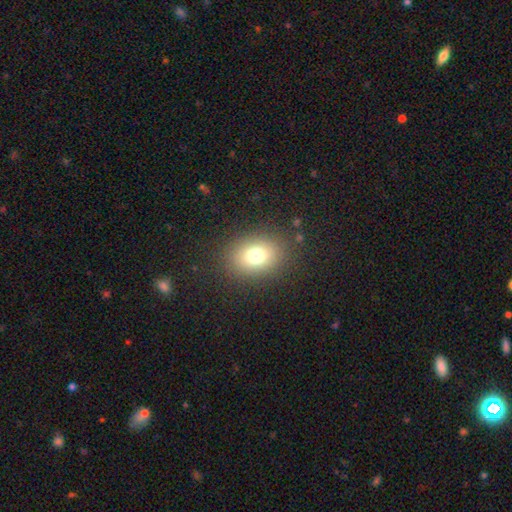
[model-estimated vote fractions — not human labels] Morphology: type=smooth (75%); roundness=in between (55%); merging=none (86%).